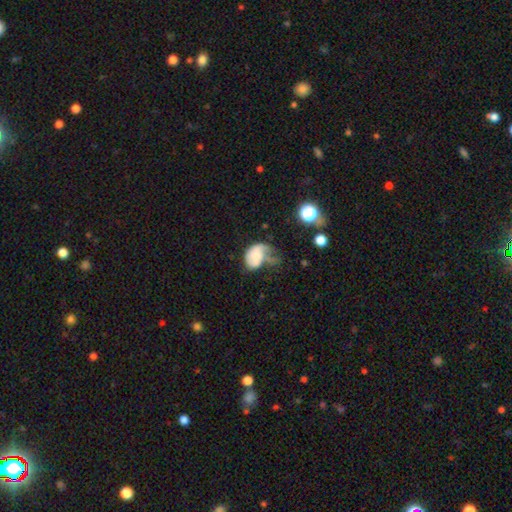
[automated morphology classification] smooth 53%, featured or disk 38%, star or artifact 9%. Down the decision tree: how rounded — in between (73%); merging — major disturbance (49%).